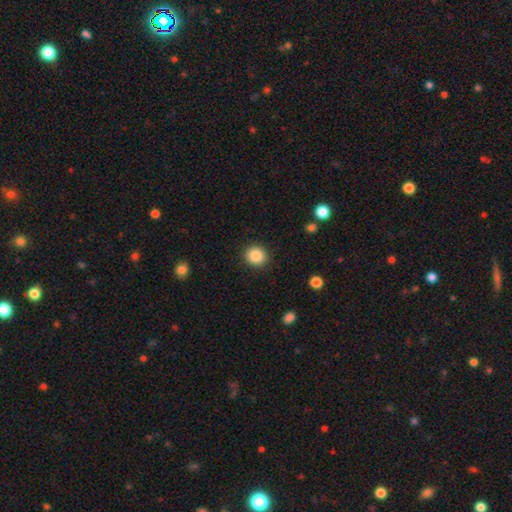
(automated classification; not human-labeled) Morphology: type=smooth (87%); roundness=round (86%); merging=none (91%).